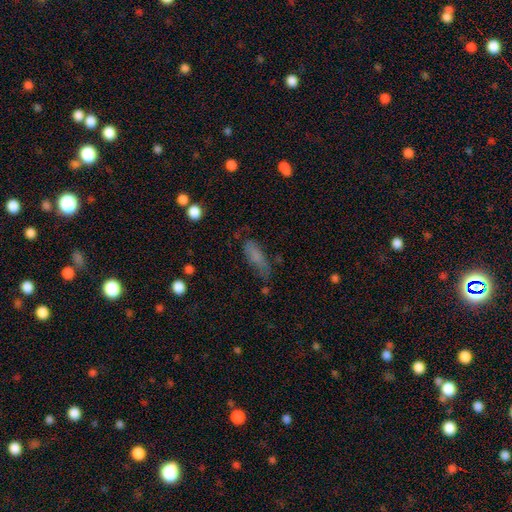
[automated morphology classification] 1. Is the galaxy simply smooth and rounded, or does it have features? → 67% smooth, 21% featured or disk, 12% star or artifact.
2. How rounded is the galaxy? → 63% in between, 34% cigar-shaped, 3% round.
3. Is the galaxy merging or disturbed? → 58% none, 27% minor disturbance, 12% major disturbance, 3% merger.